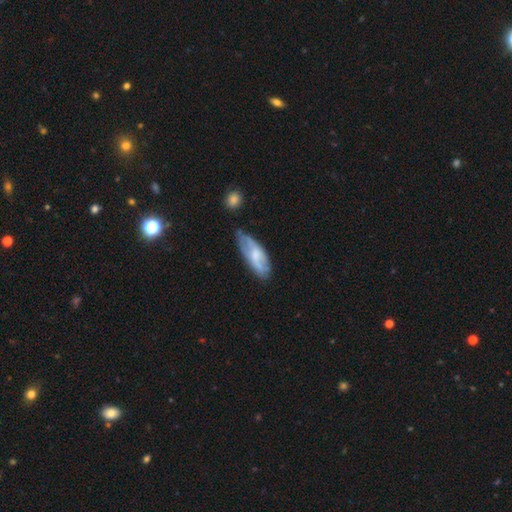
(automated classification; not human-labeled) This appears to be a featured or disk galaxy (50%). Merging: none (62%).